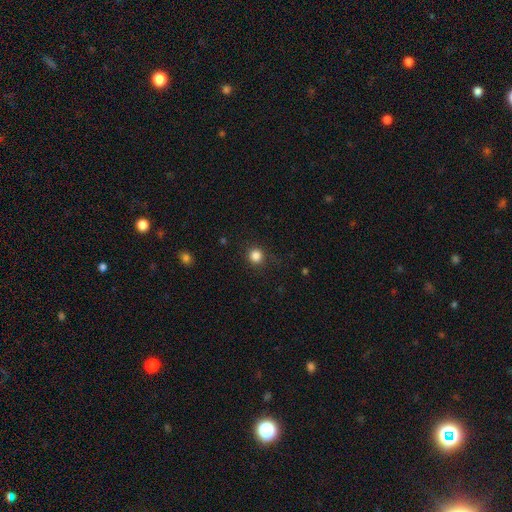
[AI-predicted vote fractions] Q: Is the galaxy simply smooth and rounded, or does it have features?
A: smooth — 84%.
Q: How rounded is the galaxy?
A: round — 93%.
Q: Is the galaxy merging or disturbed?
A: none — 87%.